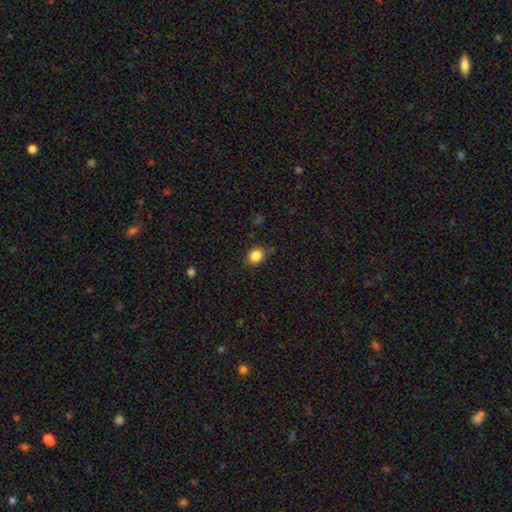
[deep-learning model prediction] Overall: smooth (85%). How rounded: round (64%; in between 35%). Merging: none (85%).